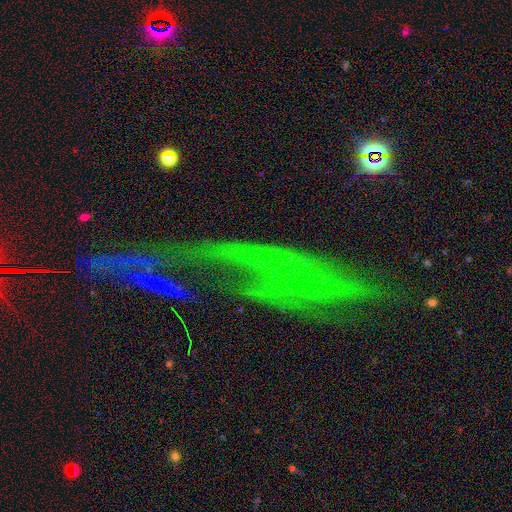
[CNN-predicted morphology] A star or artifact, not a galaxy (67%).

Vote fractions:
- Smooth or featured? star or artifact: 67% / featured or disk: 19% / smooth: 14%